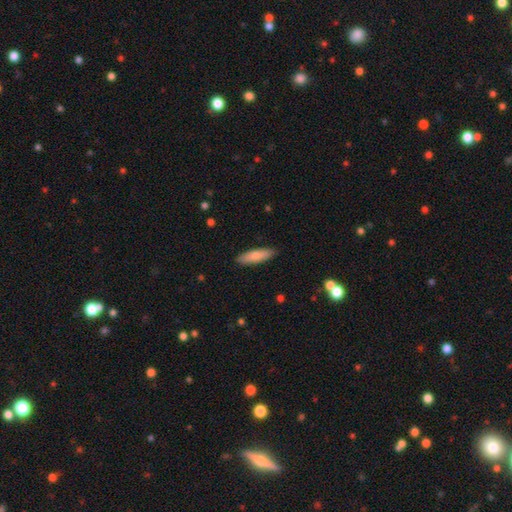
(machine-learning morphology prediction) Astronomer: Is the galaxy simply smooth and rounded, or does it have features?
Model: smooth — 82%.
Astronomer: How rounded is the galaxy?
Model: cigar-shaped — 59% (runner-up: in between, 39%).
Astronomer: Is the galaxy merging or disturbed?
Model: none — 89%.